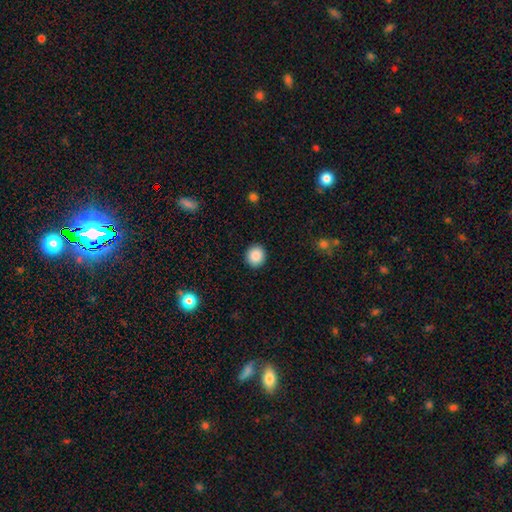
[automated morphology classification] This appears to be a smooth galaxy with no disk features (89%) that is round (88%). Merging: none (92%).